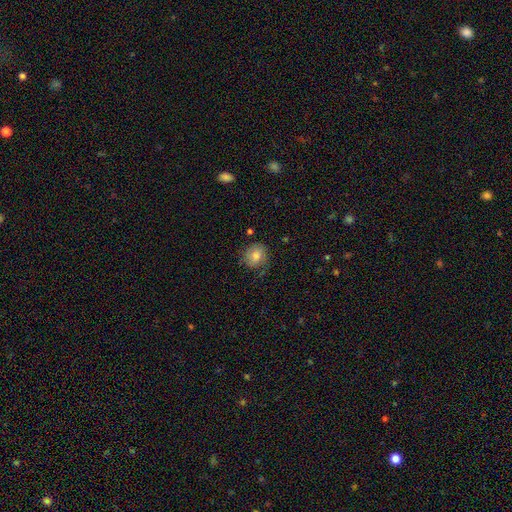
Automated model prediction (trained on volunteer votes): Smooth or featured? smooth (68%)
How rounded? round (74%)
Merging? none (69%)